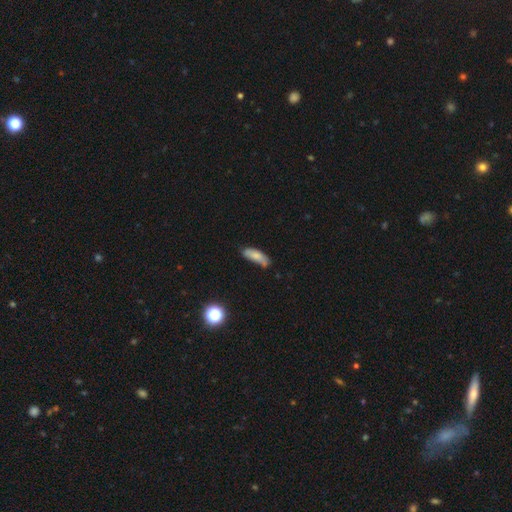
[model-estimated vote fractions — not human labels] smooth-or-featured: smooth: 78% | featured or disk: 14% | star or artifact: 8%
  how-rounded: in between: 60% | cigar-shaped: 37% | round: 2%
  merging: none: 57% | minor disturbance: 32% | major disturbance: 7% | merger: 4%